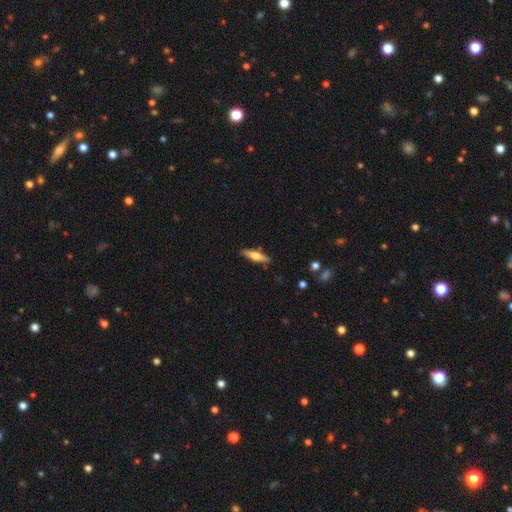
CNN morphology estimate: smooth-or-featured: smooth: 54% | featured or disk: 40% | star or artifact: 6%
  how-rounded: cigar-shaped: 71% | in between: 27% | round: 2%
  merging: none: 87% | minor disturbance: 10% | major disturbance: 2% | merger: 2%